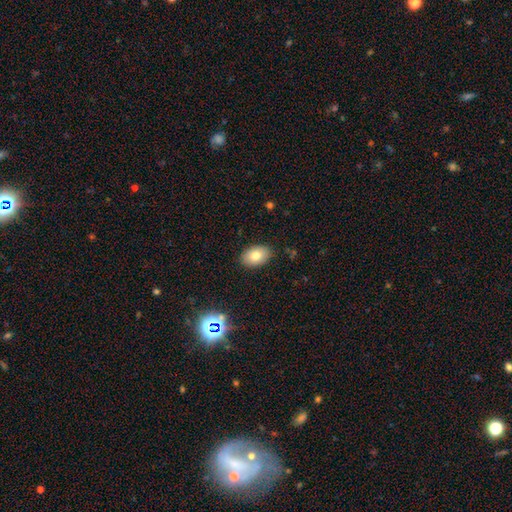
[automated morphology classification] Smooth or featured?
  - smooth: 78% *
  - featured or disk: 13%
  - star or artifact: 9%
How rounded?
  - in between: 86% *
  - round: 13%
  - cigar-shaped: 1%
Merging?
  - none: 87% *
  - minor disturbance: 10%
  - major disturbance: 2%
  - merger: 1%